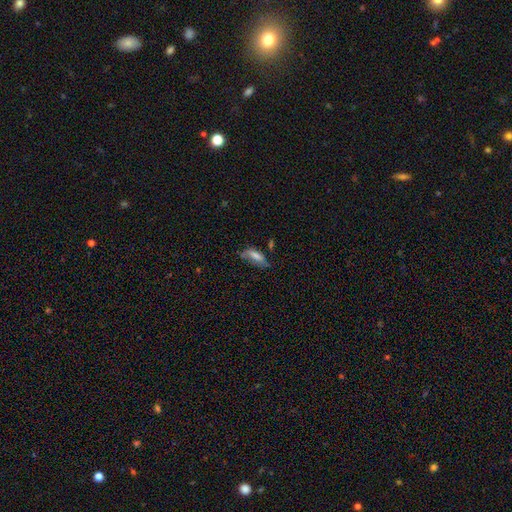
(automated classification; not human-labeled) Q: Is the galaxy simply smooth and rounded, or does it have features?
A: smooth — 65%.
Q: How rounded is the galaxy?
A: in between — 66%.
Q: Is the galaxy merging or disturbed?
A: none — 40%.